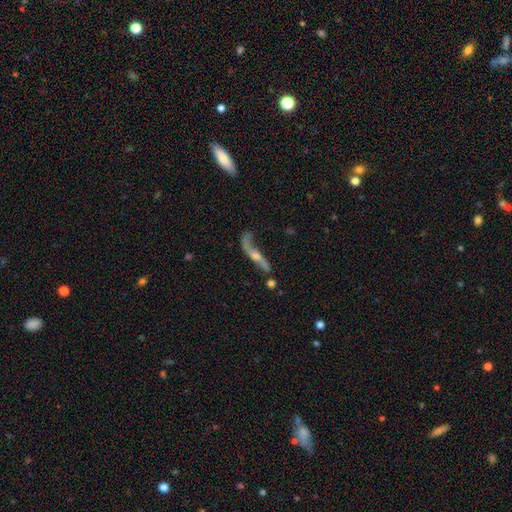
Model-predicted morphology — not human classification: featured or disk 77%, smooth 15%, star or artifact 8%. Down the decision tree: edge-on disk — no (65%); merging — none (45%).